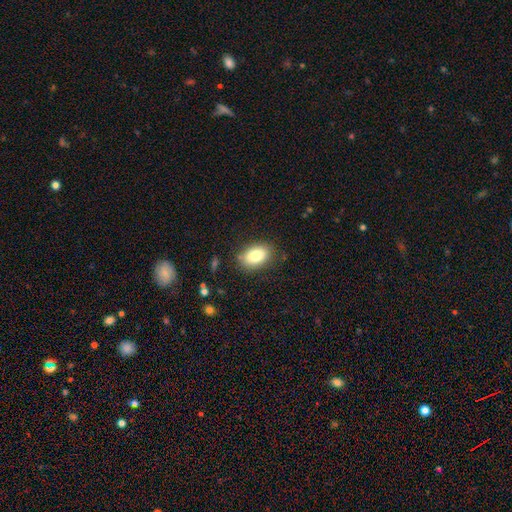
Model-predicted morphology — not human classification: smooth_or_featured: smooth (p=0.82) [alt: featured or disk p=0.10]
how_rounded: in between (p=0.88) [alt: round p=0.10]
merging: none (p=0.83) [alt: minor disturbance p=0.12]